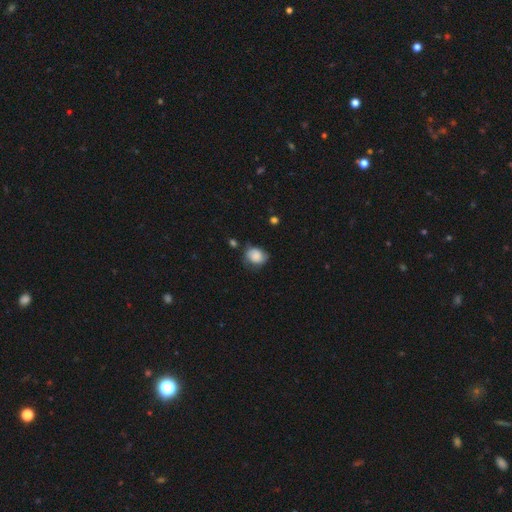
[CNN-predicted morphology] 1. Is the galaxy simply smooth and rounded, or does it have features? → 77% smooth, 15% featured or disk, 8% star or artifact.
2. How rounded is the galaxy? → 52% round, 47% in between, 1% cigar-shaped.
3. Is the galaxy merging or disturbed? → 54% none, 33% minor disturbance, 10% major disturbance, 4% merger.